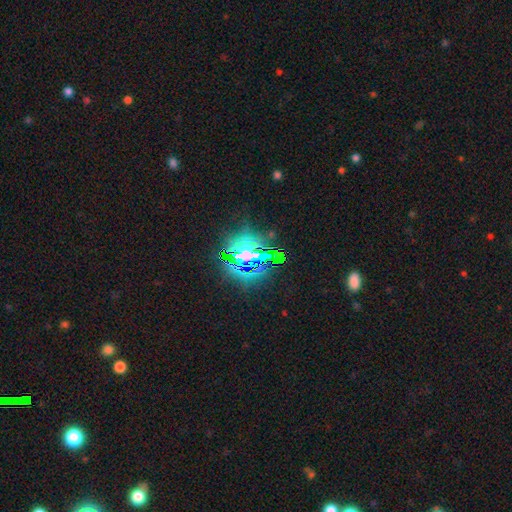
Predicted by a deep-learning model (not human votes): Overall: star or artifact (73%).